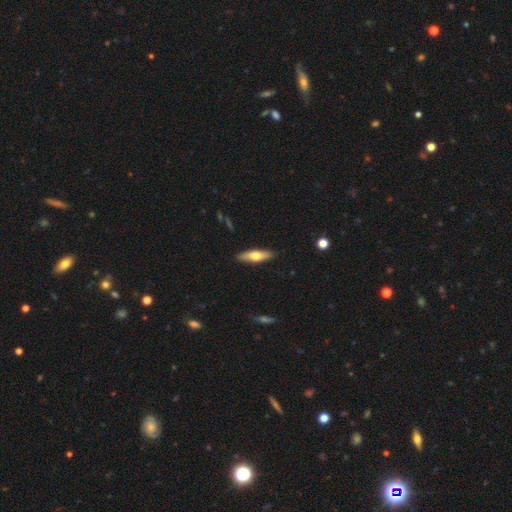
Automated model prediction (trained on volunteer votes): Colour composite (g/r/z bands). It shows a smooth galaxy with no disk features (57%) that is cigar-shaped (60%). Merging: none (89%).